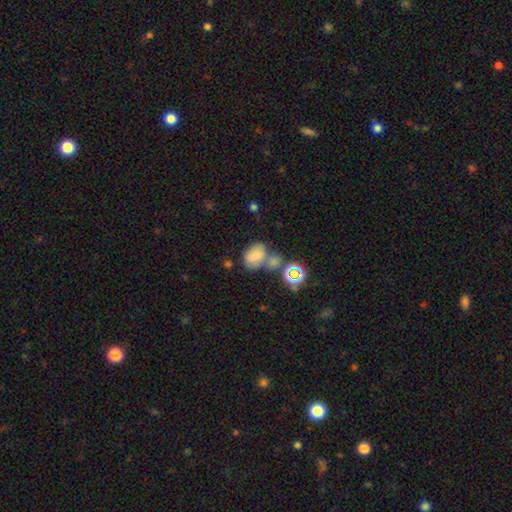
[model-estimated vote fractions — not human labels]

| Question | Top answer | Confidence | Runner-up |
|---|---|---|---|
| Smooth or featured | smooth | 71% | star or artifact (16%) |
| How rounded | in between | 69% | round (30%) |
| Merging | merger | 41% | none (36%) |